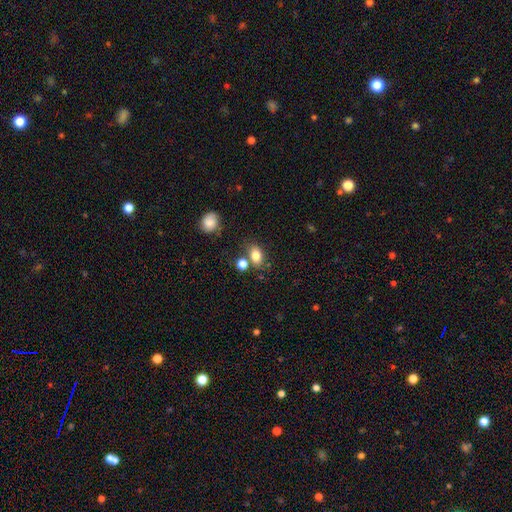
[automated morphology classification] smooth 81%, star or artifact 11%, featured or disk 8%. Down the decision tree: how rounded — in between (75%); merging — none (66%).